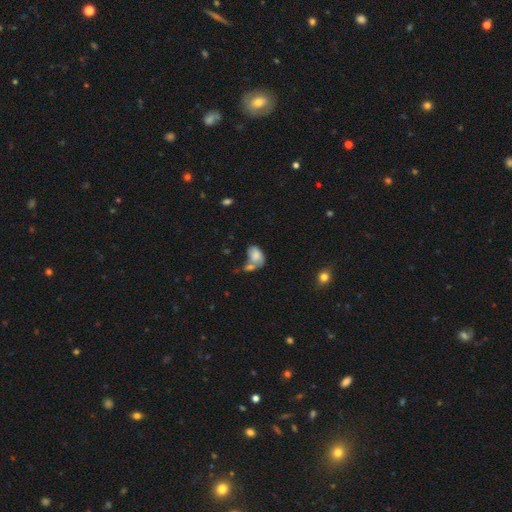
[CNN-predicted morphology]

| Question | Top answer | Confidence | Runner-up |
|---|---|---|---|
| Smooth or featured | smooth | 74% | featured or disk (17%) |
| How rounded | in between | 87% | round (11%) |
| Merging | merger | 44% | none (26%) |